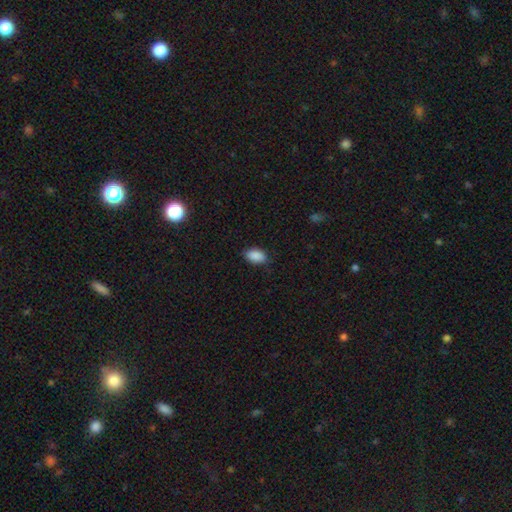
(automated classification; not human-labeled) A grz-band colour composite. It shows a smooth galaxy with no disk features (89%) that is in between round and cigar-shaped (91%). Merging: none (83%).